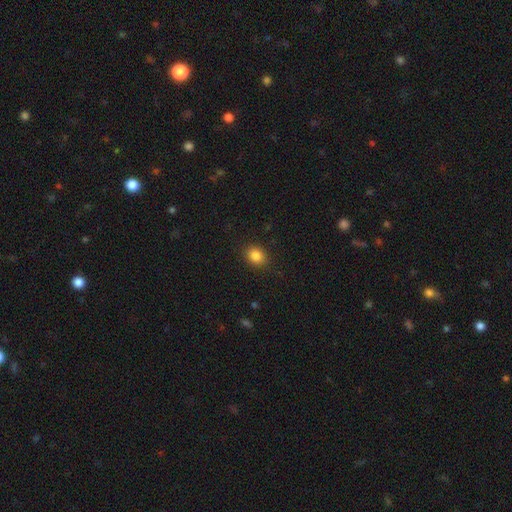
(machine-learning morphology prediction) The model was most divided on "how rounded": round: 53%, in between: 46%, cigar-shaped: 1%. More confident: merging — none (87%); smooth or featured — smooth (84%).